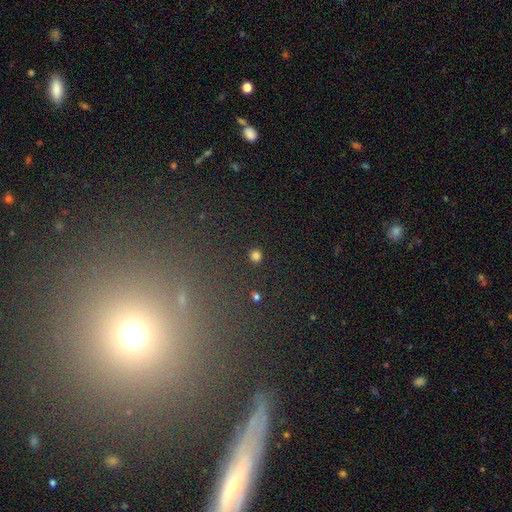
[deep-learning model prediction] A smooth galaxy with no disk features (80%) that is round (93%). Merging: none (91%).